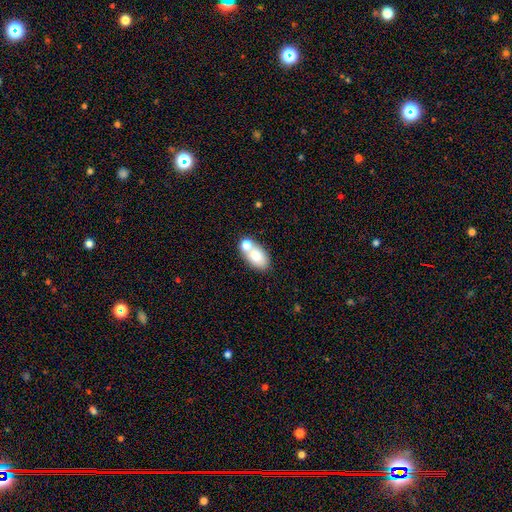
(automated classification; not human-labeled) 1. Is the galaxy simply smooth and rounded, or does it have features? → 76% smooth, 16% featured or disk, 8% star or artifact.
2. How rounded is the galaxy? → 89% in between, 8% round, 3% cigar-shaped.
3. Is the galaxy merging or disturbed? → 46% none, 37% merger, 12% minor disturbance, 4% major disturbance.